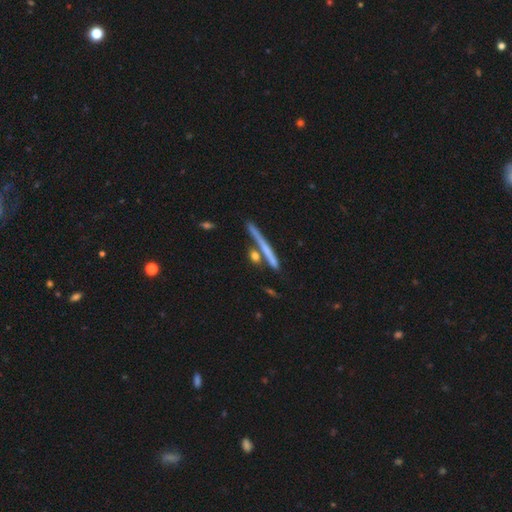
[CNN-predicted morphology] The model was most divided on "smooth or featured": smooth: 50%, featured or disk: 41%, star or artifact: 9%. More confident: merging — none (68%).